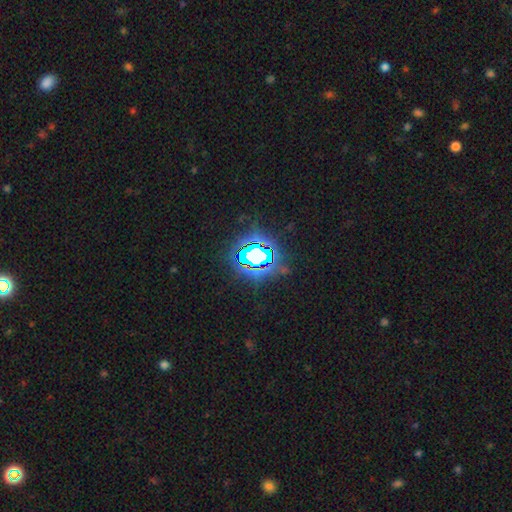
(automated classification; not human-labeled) Smooth or featured? Predicted: star or artifact (p=0.73).